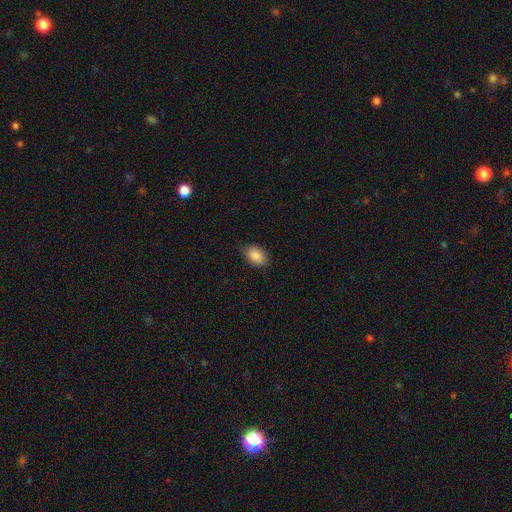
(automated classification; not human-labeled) smooth_or_featured: smooth (p=0.88) [alt: star or artifact p=0.07]
how_rounded: in between (p=0.88) [alt: round p=0.10]
merging: none (p=0.83) [alt: minor disturbance p=0.14]